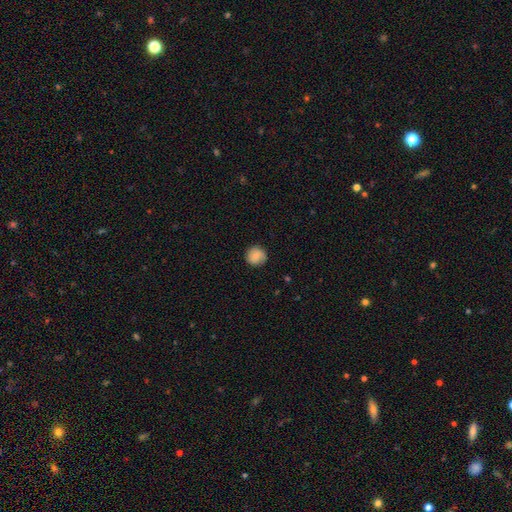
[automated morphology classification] smooth 78%, featured or disk 14%, star or artifact 8%. Down the decision tree: how rounded — round (93%); merging — none (86%).